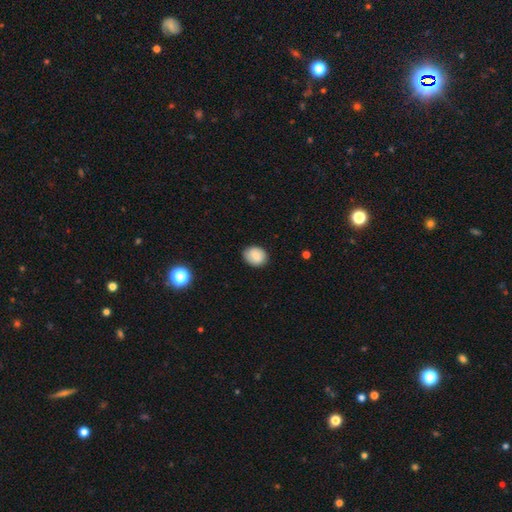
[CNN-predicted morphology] The model was most divided on "how rounded": round: 53%, in between: 46%, cigar-shaped: 1%. More confident: smooth or featured — smooth (85%); merging — none (84%).